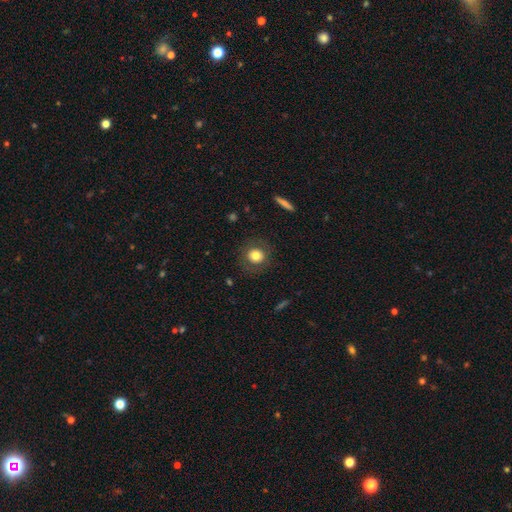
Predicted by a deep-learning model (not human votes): Q: Smooth or featured?
A: smooth (74%); runner-up: featured or disk (16%)
Q: How rounded?
A: round (87%); runner-up: in between (12%)
Q: Merging?
A: none (83%); runner-up: minor disturbance (10%)